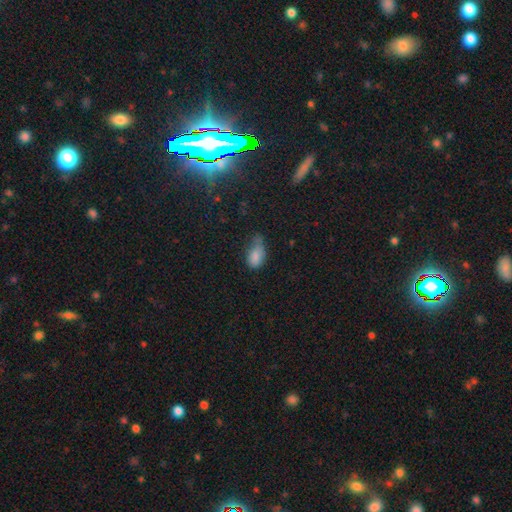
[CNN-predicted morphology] Overall: smooth (81%). How rounded: in between (91%). Merging: minor disturbance (44%; none 29%).